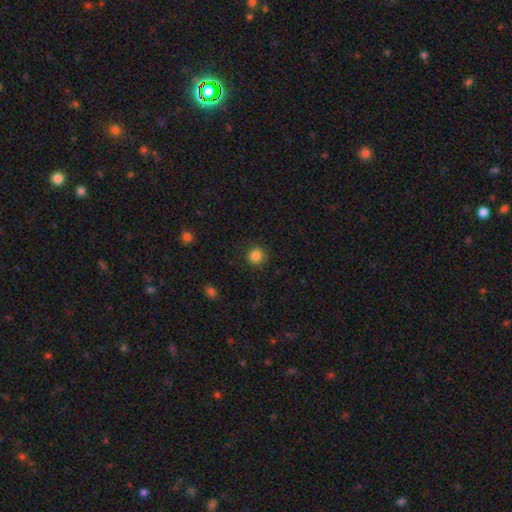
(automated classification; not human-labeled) Q: Smooth or featured?
A: smooth (85%); runner-up: star or artifact (11%)
Q: How rounded?
A: round (93%); runner-up: in between (6%)
Q: Merging?
A: none (87%); runner-up: minor disturbance (9%)